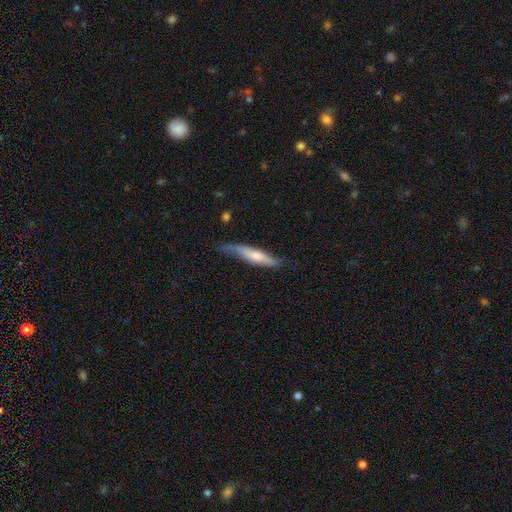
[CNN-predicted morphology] The model was most divided on "smooth or featured": smooth: 57%, featured or disk: 38%, star or artifact: 5%. More confident: how rounded — cigar-shaped (86%); merging — none (57%).